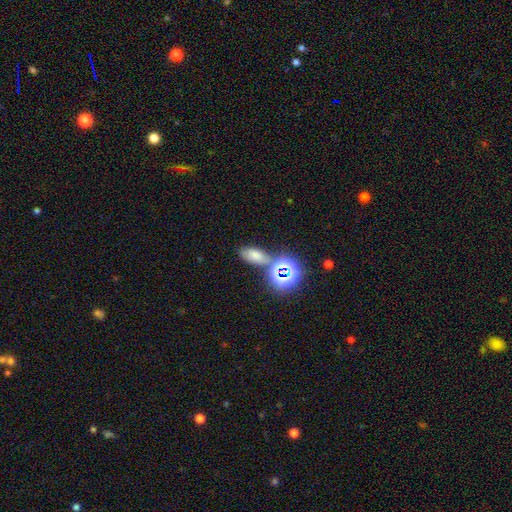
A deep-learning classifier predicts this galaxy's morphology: Smooth or featured? smooth (51%)
How rounded? in between (79%)
Merging? none (68%)